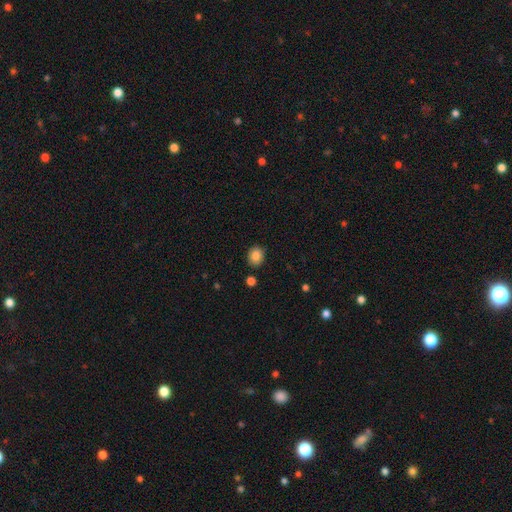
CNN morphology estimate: A smooth galaxy with no disk features (85%) that is round (57%).

Vote fractions:
- Smooth or featured? smooth: 85% / star or artifact: 9% / featured or disk: 6%
- How rounded? round: 57% / in between: 42% / cigar-shaped: 1%
- Merging? none: 86% / minor disturbance: 10% / merger: 3% / major disturbance: 2%